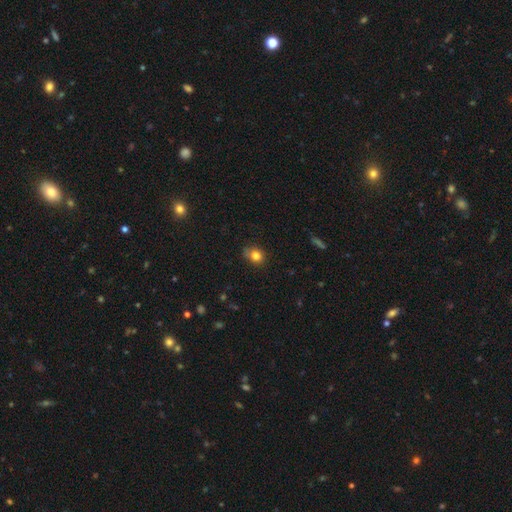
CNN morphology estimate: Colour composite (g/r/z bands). It shows a smooth galaxy with no disk features (81%) that is round (59%). Merging: none (67%).